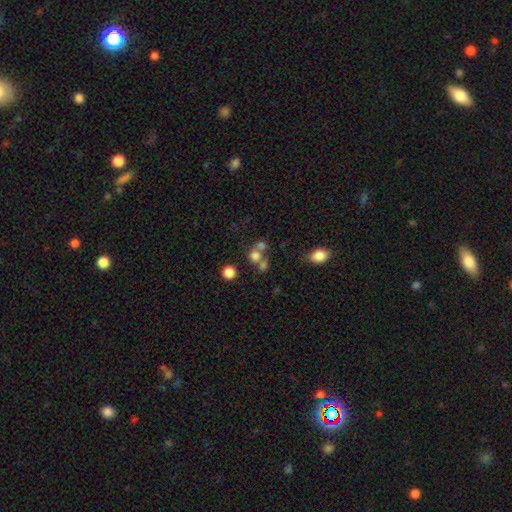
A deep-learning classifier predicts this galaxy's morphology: smooth-or-featured: smooth: 69% | star or artifact: 17% | featured or disk: 14%
  how-rounded: round: 79% | in between: 20% | cigar-shaped: 1%
  merging: none: 43% (tied) | merger: 43% (tied) | minor disturbance: 8% | major disturbance: 6%